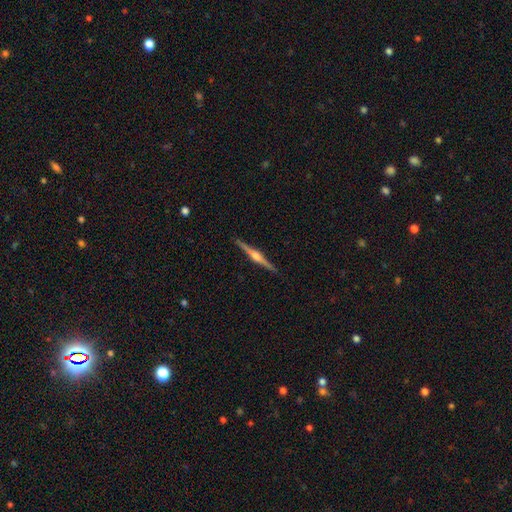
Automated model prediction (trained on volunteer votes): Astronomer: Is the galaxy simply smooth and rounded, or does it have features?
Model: featured or disk — 84%.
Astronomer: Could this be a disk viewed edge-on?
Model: yes — 99%.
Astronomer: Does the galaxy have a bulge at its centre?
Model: rounded — 87%.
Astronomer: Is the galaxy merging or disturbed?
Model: none — 92%.